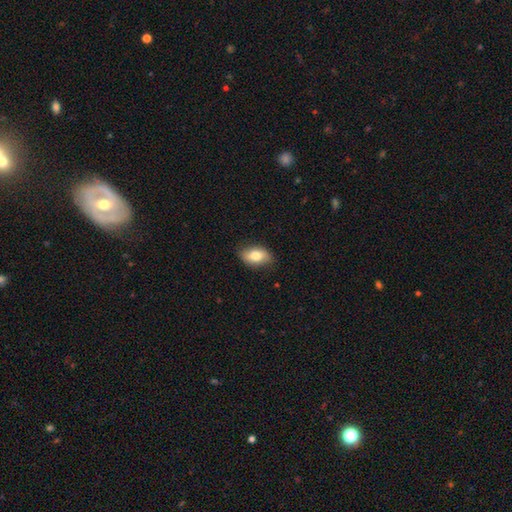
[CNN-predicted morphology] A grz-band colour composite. It shows a smooth galaxy with no disk features (74%) that is in between round and cigar-shaped (88%). Merging: none (81%).